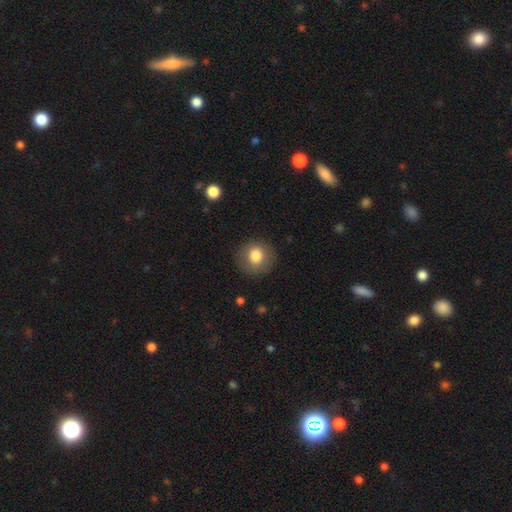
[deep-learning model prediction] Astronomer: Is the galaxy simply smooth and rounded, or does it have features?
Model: smooth — 80%.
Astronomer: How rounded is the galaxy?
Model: round — 91%.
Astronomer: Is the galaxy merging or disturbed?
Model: none — 87%.